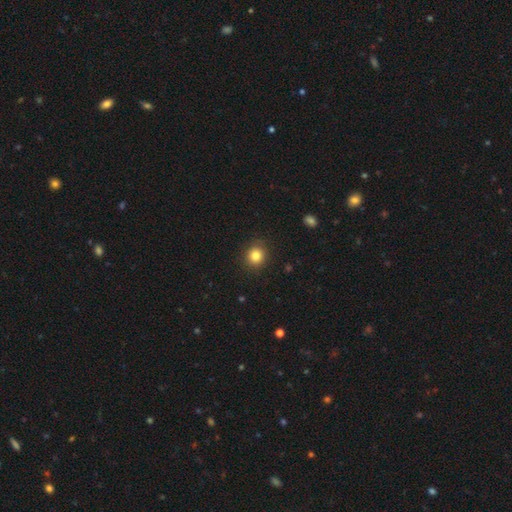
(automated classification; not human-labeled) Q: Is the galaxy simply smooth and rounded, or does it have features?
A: smooth — 83%.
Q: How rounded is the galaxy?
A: round — 86%.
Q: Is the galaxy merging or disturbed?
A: none — 89%.